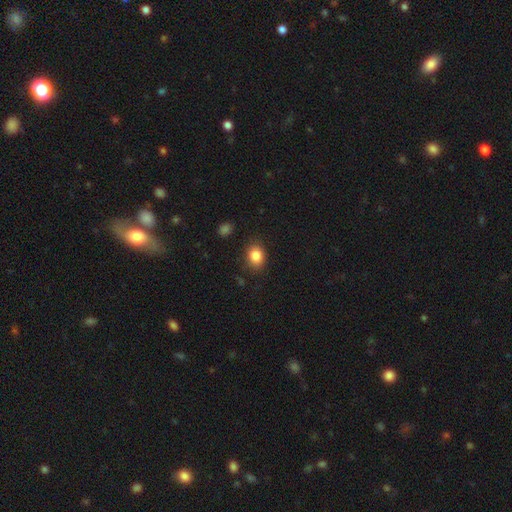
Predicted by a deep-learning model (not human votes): Smooth or featured?
  - smooth: 85% *
  - star or artifact: 10%
  - featured or disk: 5%
How rounded?
  - in between: 55% *
  - round: 44%
  - cigar-shaped: 1%
Merging?
  - none: 84% *
  - minor disturbance: 11%
  - major disturbance: 3%
  - merger: 1%